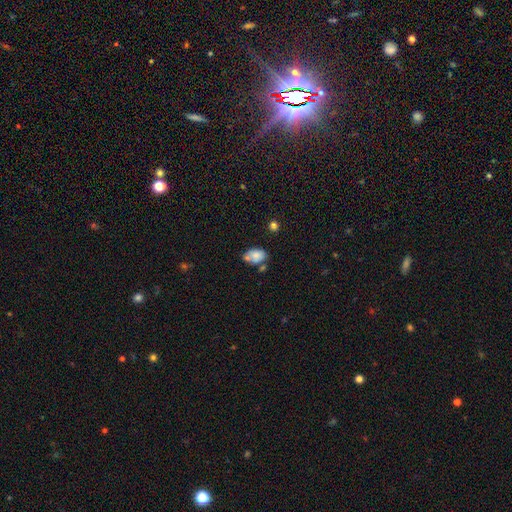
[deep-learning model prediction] Smooth or featured?
  - smooth: 70% *
  - featured or disk: 21%
  - star or artifact: 9%
How rounded?
  - in between: 85% *
  - round: 14%
  - cigar-shaped: 1%
Merging?
  - none: 46% *
  - minor disturbance: 25%
  - merger: 22%
  - major disturbance: 7%